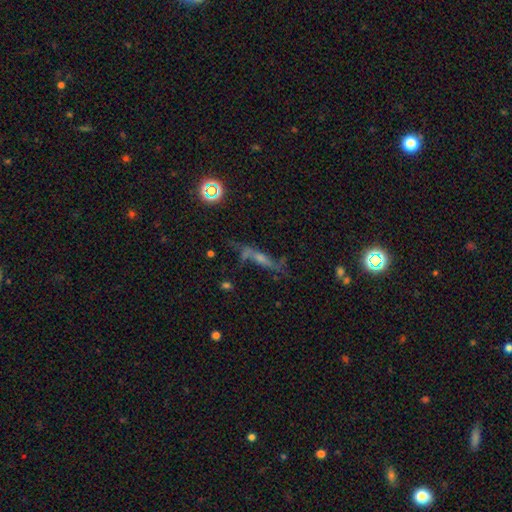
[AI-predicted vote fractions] featured or disk 51%, star or artifact 25%, smooth 25%. Down the decision tree: edge-on disk — yes (58%); merging — none (57%).